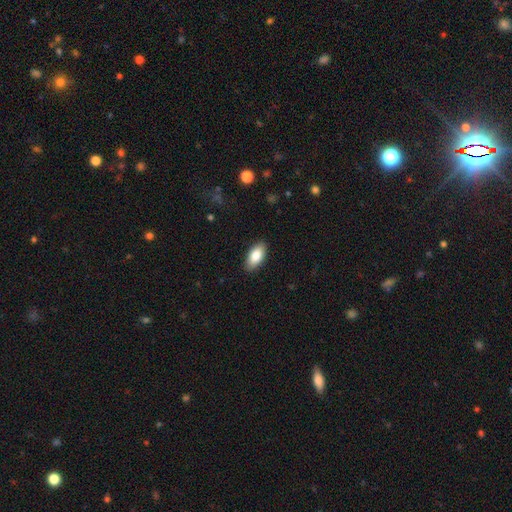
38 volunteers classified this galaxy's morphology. Smooth or featured? smooth (92%)
How rounded? in between (97%)
Merging? none (92%)